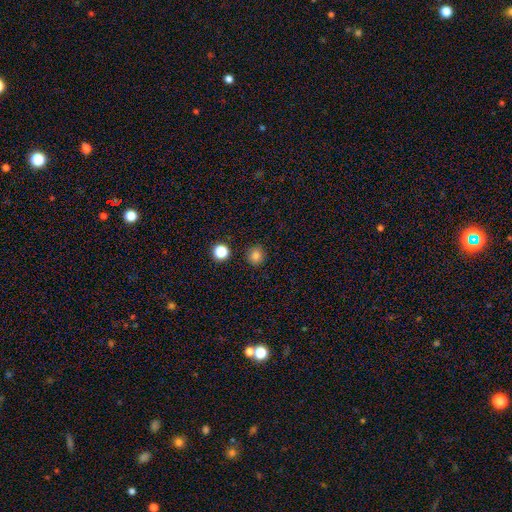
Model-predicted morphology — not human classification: The model was most divided on "smooth or featured": smooth: 83%, star or artifact: 13%, featured or disk: 4%. More confident: how rounded — round (92%); merging — none (89%).